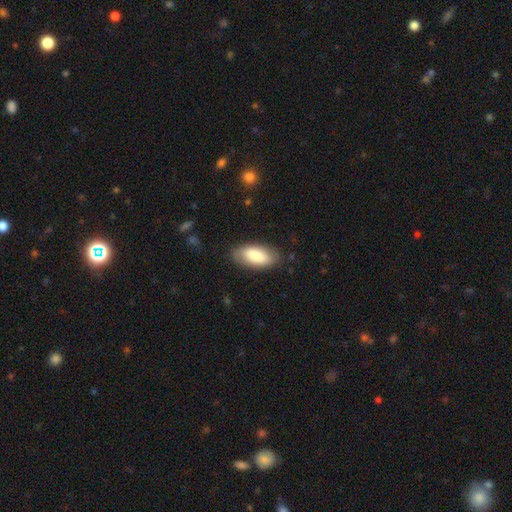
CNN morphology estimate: This appears to be a smooth galaxy with no disk features (82%) that is in between round and cigar-shaped (90%). Merging: none (82%).